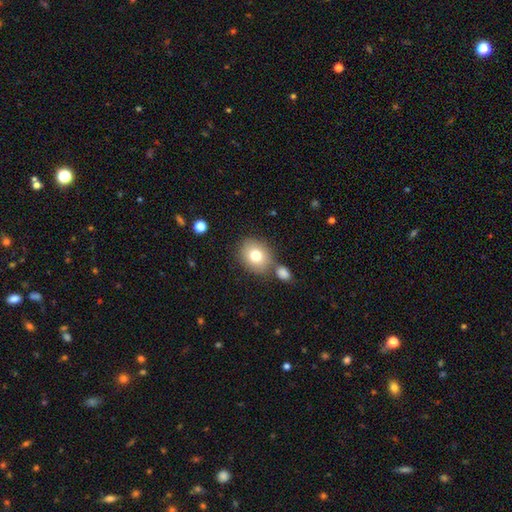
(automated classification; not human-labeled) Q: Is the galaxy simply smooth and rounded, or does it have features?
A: smooth — 78%.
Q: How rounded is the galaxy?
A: round — 57%.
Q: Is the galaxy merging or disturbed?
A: none — 68%.